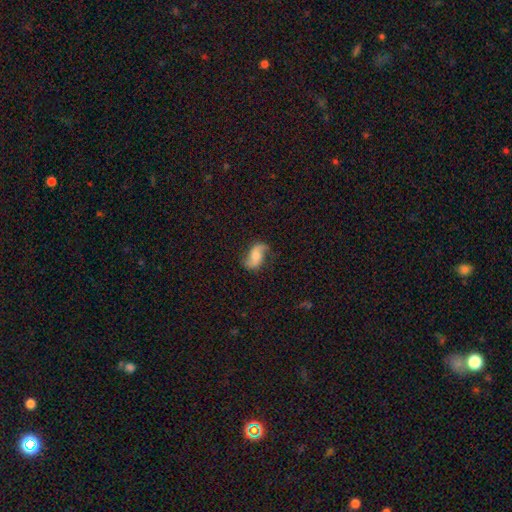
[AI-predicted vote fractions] This is likely a featured or disk galaxy (70%). It is clearly not viewed edge-on (96%). Bar: possibly no (56%). Spiral arm pattern: clearly yes (93%). Spiral arm count: clearly 2 (91%). Spiral winding: likely loose (72%). Central bulge: possibly moderate (52%). Merging: likely none (74%).